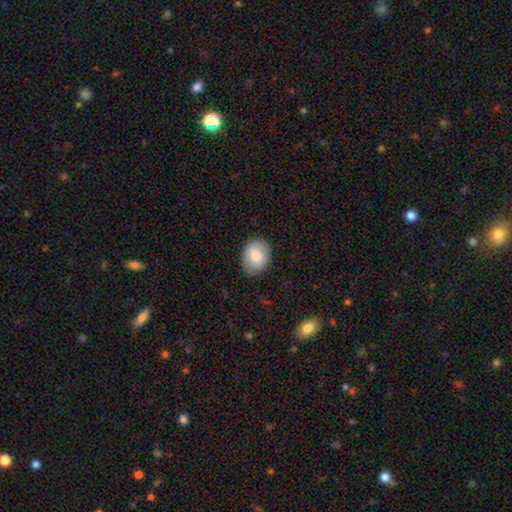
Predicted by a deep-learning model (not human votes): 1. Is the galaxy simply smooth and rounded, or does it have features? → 77% smooth, 16% featured or disk, 7% star or artifact.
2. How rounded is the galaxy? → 58% in between, 41% round, 1% cigar-shaped.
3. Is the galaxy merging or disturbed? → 85% none, 11% minor disturbance, 3% major disturbance, 1% merger.